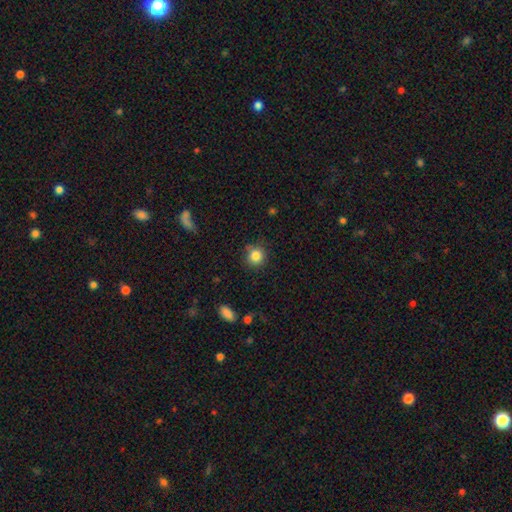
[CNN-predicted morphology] Smooth or featured? Predicted: smooth (p=0.84). How rounded? Predicted: round (p=0.89). Merging? Predicted: none (p=0.81).